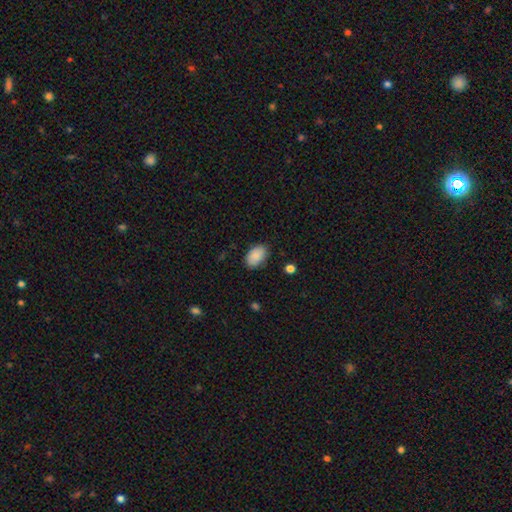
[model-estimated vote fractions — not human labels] A smooth galaxy with no disk features (88%) that is in between round and cigar-shaped (91%).

Vote fractions:
- Smooth or featured? smooth: 88% / star or artifact: 7% / featured or disk: 6%
- How rounded? in between: 91% / round: 8% / cigar-shaped: 1%
- Merging? none: 82% / minor disturbance: 14% / major disturbance: 3% / merger: 1%